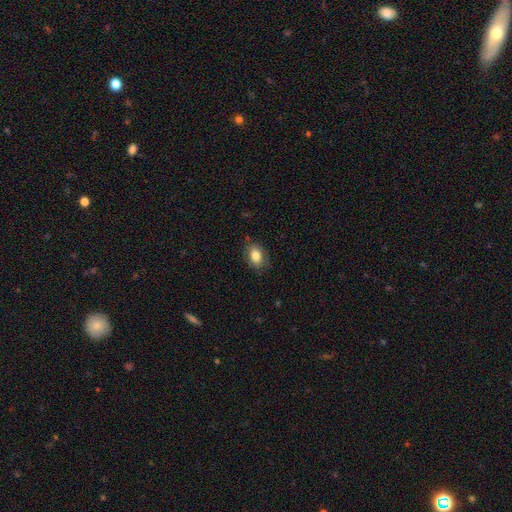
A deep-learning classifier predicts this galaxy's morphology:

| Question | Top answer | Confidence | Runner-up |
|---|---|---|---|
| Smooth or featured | smooth | 81% | featured or disk (12%) |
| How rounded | in between | 82% | round (16%) |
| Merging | none | 80% | minor disturbance (15%) |